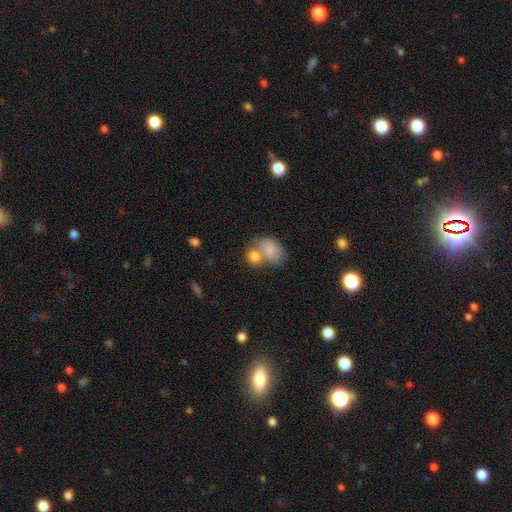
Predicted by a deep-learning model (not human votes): Smooth or featured?
  - smooth: 74% *
  - featured or disk: 16%
  - star or artifact: 10%
How rounded?
  - in between: 58% *
  - round: 41%
  - cigar-shaped: 2%
Merging?
  - merger: 48% *
  - none: 34%
  - minor disturbance: 12%
  - major disturbance: 6%